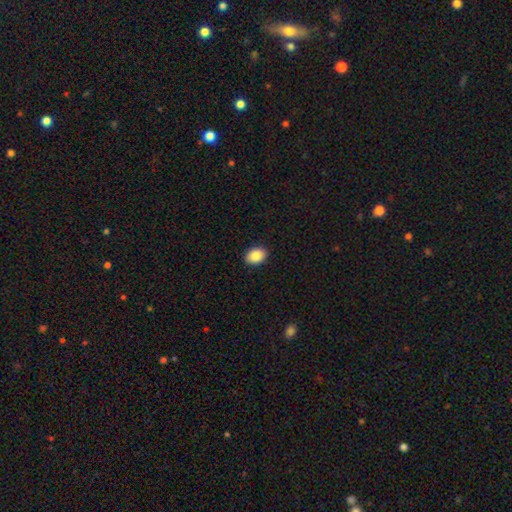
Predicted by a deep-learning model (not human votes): Smooth or featured: smooth — 88% (star or artifact — 8%)
How rounded: in between — 72% (round — 27%)
Merging: none — 91% (minor disturbance — 6%)